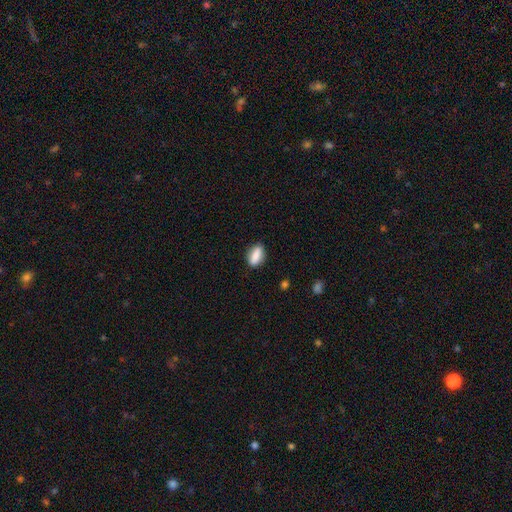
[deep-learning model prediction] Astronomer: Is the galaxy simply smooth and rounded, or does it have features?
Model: smooth — 85%.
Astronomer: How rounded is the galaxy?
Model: in between — 80%.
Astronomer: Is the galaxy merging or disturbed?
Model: none — 85%.